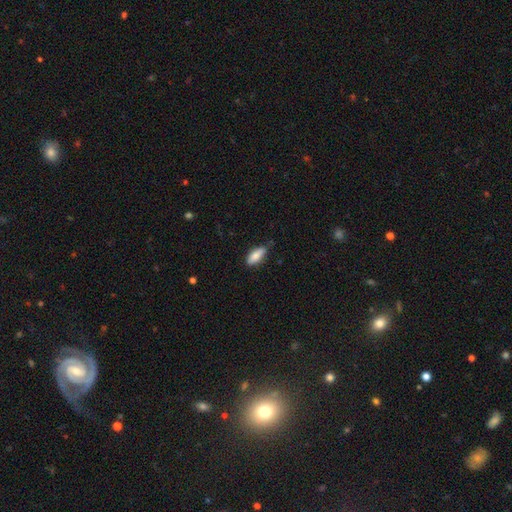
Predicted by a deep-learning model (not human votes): Smooth or featured?
  - smooth: 81% *
  - featured or disk: 12%
  - star or artifact: 7%
How rounded?
  - in between: 76% *
  - cigar-shaped: 22%
  - round: 2%
Merging?
  - none: 71% *
  - minor disturbance: 24%
  - major disturbance: 3%
  - merger: 2%